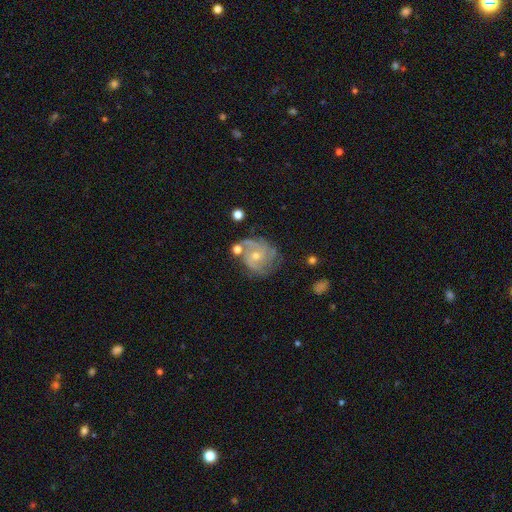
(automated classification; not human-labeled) smooth-or-featured: featured or disk: 83% | smooth: 10% | star or artifact: 8%
  disk-edge-on: no: 98% | yes: 2%
    bar: no: 68% | weak: 27% | strong: 5%
    has-spiral-arms: yes: 95% | no: 5%
      spiral-winding: tight: 51% | medium: 39% | loose: 10%
      spiral-arm-count: 3: 37% | 2: 22% | can't tell: 20% | 4: 10% | 1: 5% | more than 4: 5%
    bulge-size: small: 60% | moderate: 37% | none: 1% | large: 1% | dominant: 1%
  merging: none: 64% | minor disturbance: 20% | major disturbance: 9% | merger: 7%